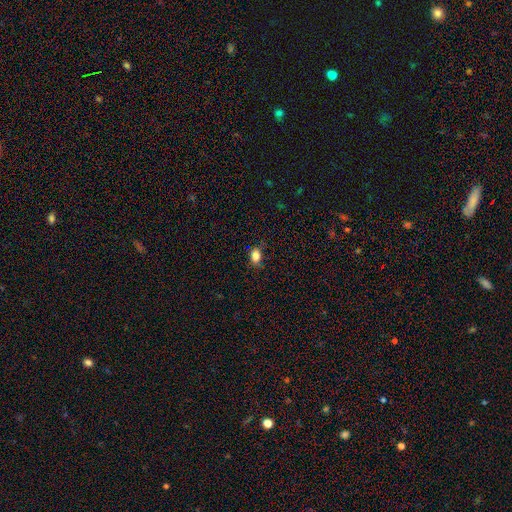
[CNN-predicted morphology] Q: Smooth or featured?
A: smooth (84%); runner-up: star or artifact (10%)
Q: How rounded?
A: in between (79%); runner-up: round (19%)
Q: Merging?
A: none (81%); runner-up: minor disturbance (15%)